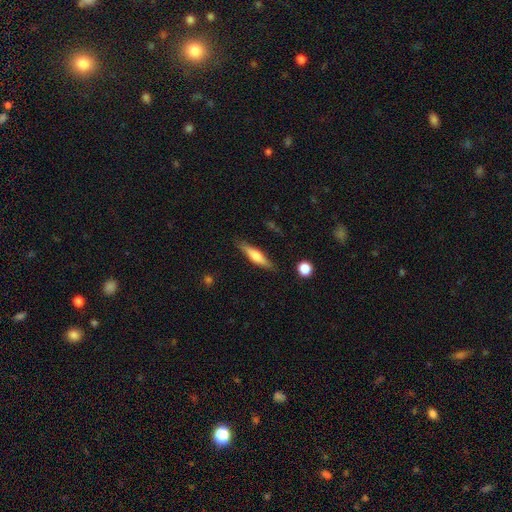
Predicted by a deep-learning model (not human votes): Q: Smooth or featured?
A: smooth (50%); runner-up: featured or disk (44%)
Q: Merging?
A: none (85%); runner-up: minor disturbance (10%)